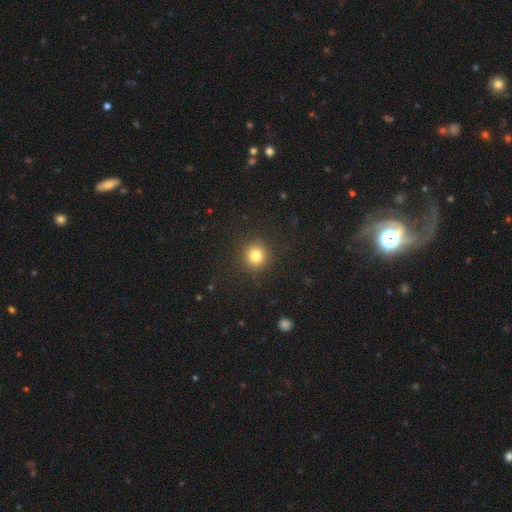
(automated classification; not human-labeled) smooth 80%, star or artifact 13%, featured or disk 6%. Down the decision tree: how rounded — round (94%); merging — none (91%).